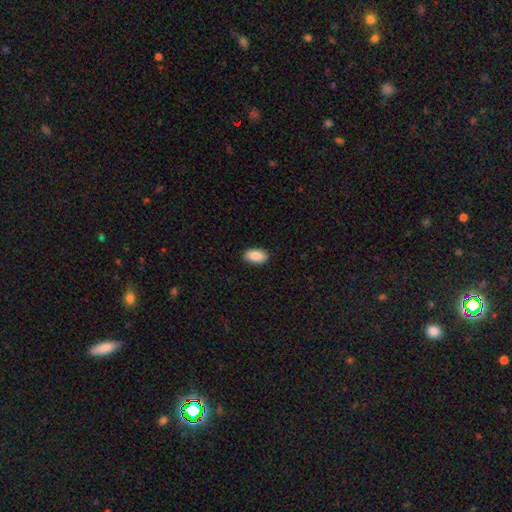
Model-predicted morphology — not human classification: This appears to be a smooth galaxy with no disk features (88%) that is in between round and cigar-shaped (93%). Merging: none (89%).